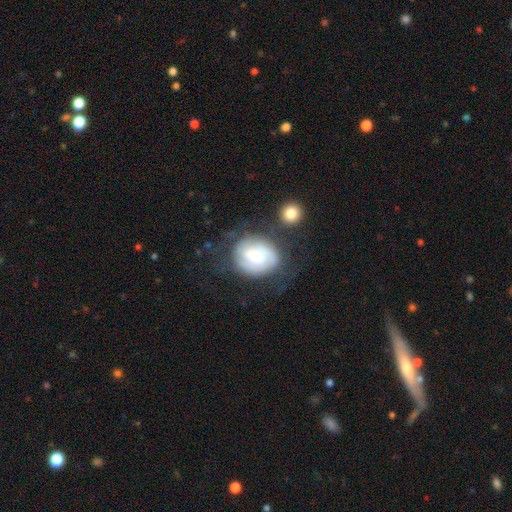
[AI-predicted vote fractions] This appears to be a featured or disk galaxy (56%) with no bar (49%), spiral arms (82%) and a small central bulge (37%). Merging: none (52%).